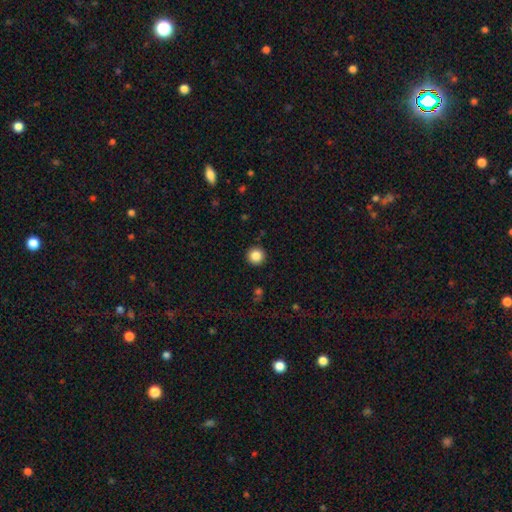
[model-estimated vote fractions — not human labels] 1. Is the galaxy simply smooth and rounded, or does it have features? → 86% smooth, 10% star or artifact, 4% featured or disk.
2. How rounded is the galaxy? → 96% round, 3% in between, 1% cigar-shaped.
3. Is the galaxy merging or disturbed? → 93% none, 5% minor disturbance, 2% major disturbance, 1% merger.